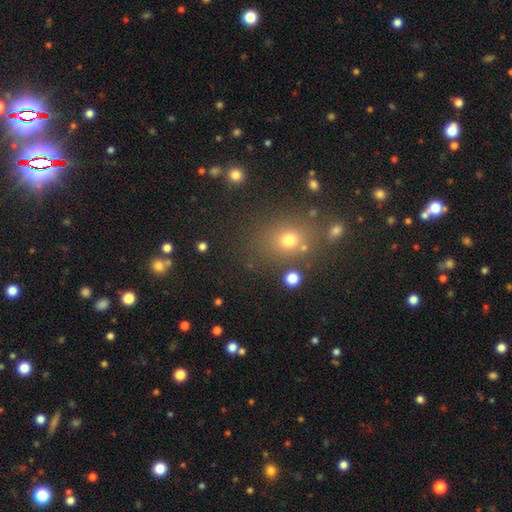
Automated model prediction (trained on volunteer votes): Smooth or featured?
  - smooth: 54% *
  - star or artifact: 37%
  - featured or disk: 9%
How rounded?
  - round: 70% *
  - in between: 28%
  - cigar-shaped: 1%
Merging?
  - none: 80% *
  - minor disturbance: 9%
  - merger: 7%
  - major disturbance: 4%